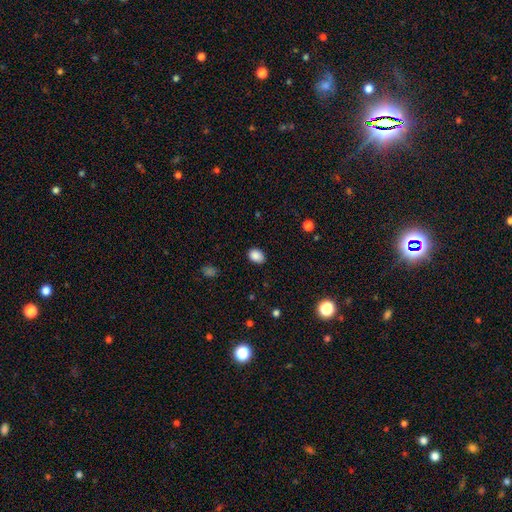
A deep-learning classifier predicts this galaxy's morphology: smooth-or-featured: smooth: 88% | star or artifact: 9% | featured or disk: 4%
  how-rounded: in between: 68% | round: 31% | cigar-shaped: 1%
  merging: none: 84% | minor disturbance: 12% | major disturbance: 3% | merger: 1%